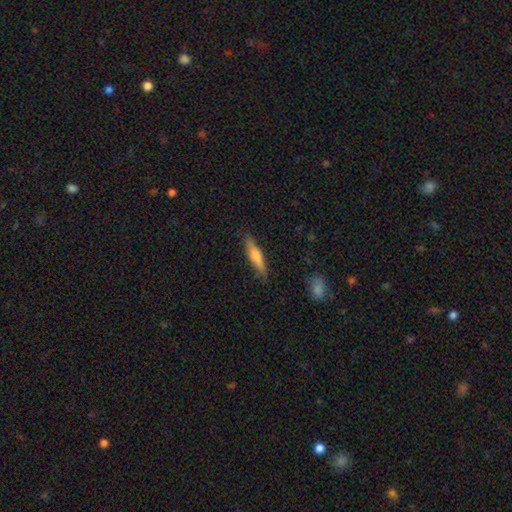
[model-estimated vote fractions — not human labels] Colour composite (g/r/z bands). It shows a smooth galaxy with no disk features (57%) that is cigar-shaped (82%). Merging: none (85%).